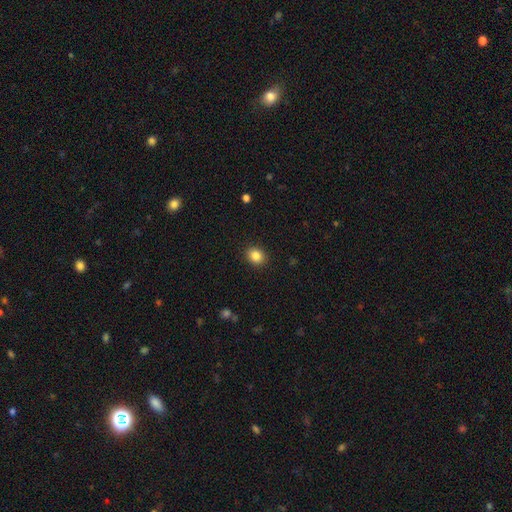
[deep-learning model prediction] The model was most divided on "how rounded": round: 62%, in between: 38%, cigar-shaped: 1%. More confident: merging — none (90%); smooth or featured — smooth (86%).